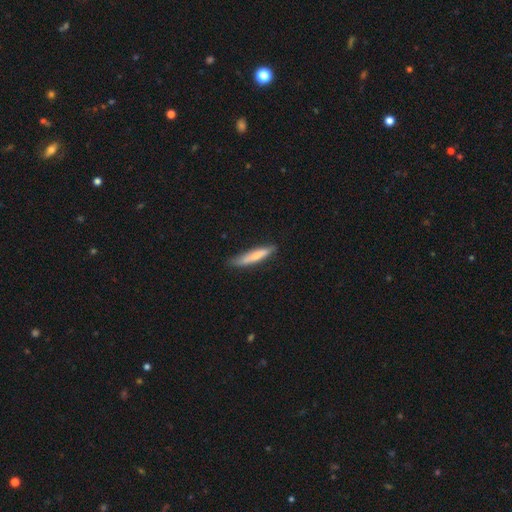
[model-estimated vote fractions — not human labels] A smooth galaxy with no disk features (70%) that is cigar-shaped (88%). Merging: none (76%).